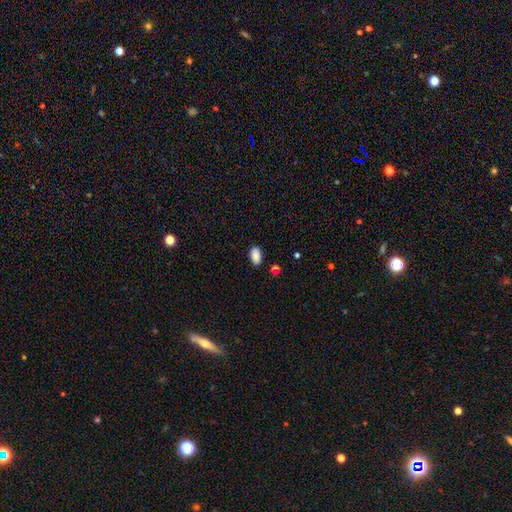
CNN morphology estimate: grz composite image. It shows a smooth galaxy with no disk features (88%) that is in between round and cigar-shaped (93%). Merging: none (84%).